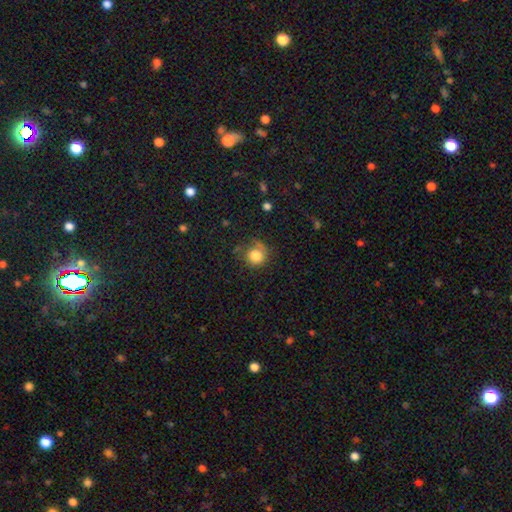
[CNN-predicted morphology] smooth-or-featured: smooth: 80% | star or artifact: 10% | featured or disk: 10%
  how-rounded: round: 87% | in between: 12% | cigar-shaped: 1%
  merging: none: 63% | minor disturbance: 22% | major disturbance: 11% | merger: 4%